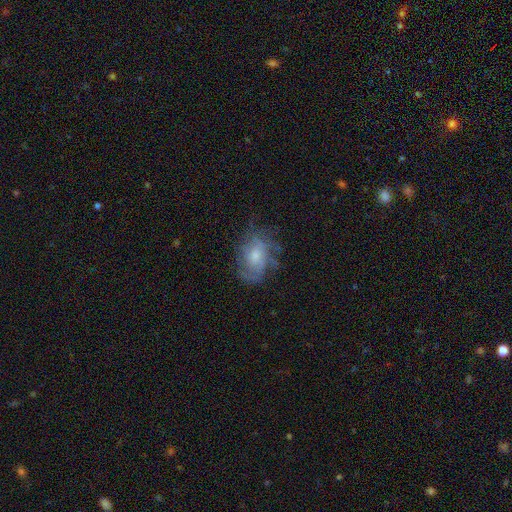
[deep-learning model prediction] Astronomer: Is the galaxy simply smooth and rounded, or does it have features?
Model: featured or disk — 58% (runner-up: smooth, 33%).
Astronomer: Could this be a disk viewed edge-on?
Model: no — 96%.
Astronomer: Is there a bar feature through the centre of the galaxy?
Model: no — 77%.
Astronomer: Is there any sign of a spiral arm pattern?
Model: yes — 71%.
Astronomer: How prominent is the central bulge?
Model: moderate — 45% (runner-up: small, 42%).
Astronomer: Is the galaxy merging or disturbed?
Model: none — 58%.